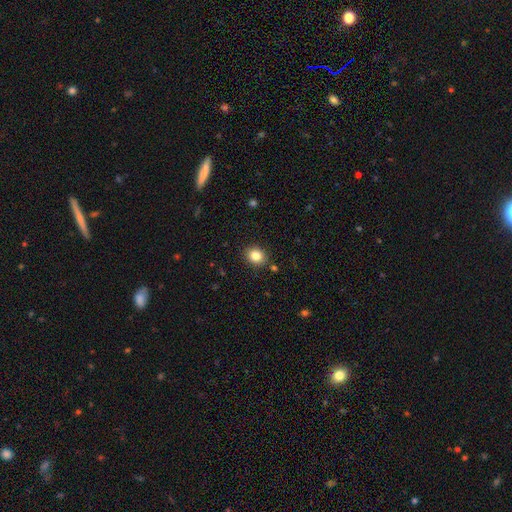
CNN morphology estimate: Smooth or featured? smooth (83%)
How rounded? round (65%)
Merging? none (88%)